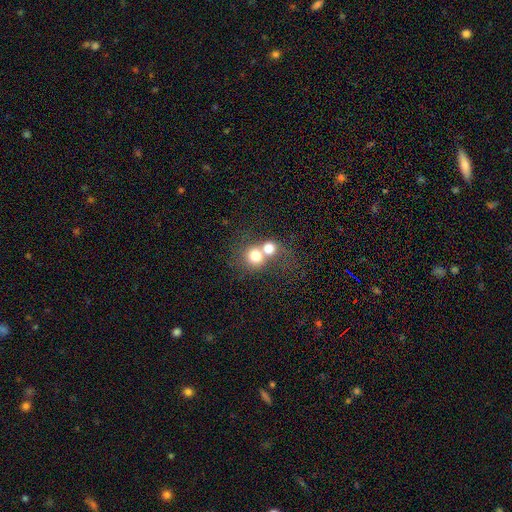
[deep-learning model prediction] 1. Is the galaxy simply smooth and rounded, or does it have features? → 72% smooth, 18% featured or disk, 11% star or artifact.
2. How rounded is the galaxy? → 78% round, 21% in between, 1% cigar-shaped.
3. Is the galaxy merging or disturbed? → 68% merger, 23% none, 5% minor disturbance, 4% major disturbance.